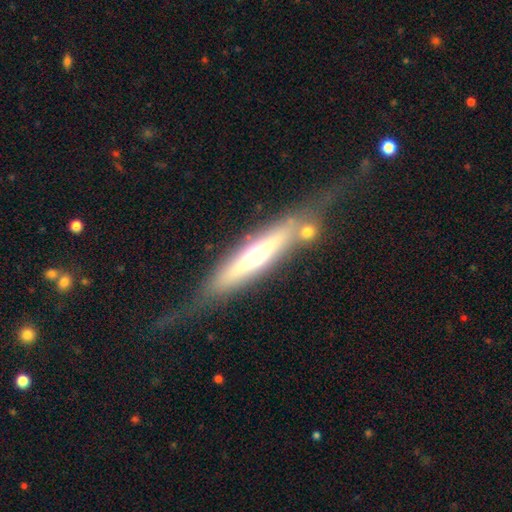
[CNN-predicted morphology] This appears to be a featured or disk galaxy (64%) viewed edge-on (88%) with a rounded central bulge (83%). Merging: none (56%).